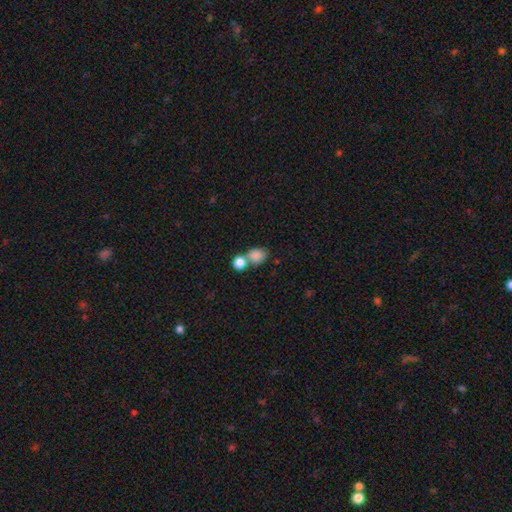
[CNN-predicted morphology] type=smooth (84%); roundness=round (55%); merging=merger (46%).